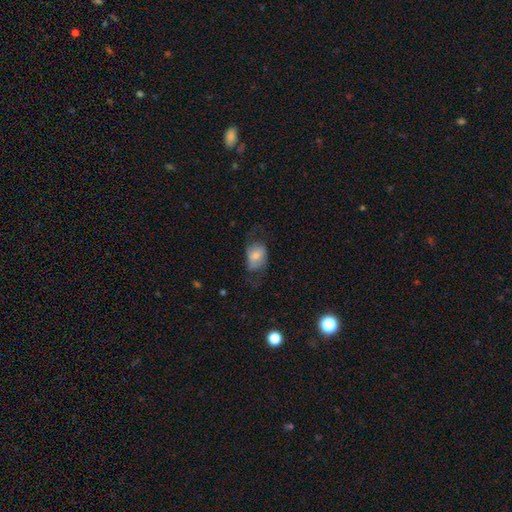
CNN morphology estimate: smooth 68%, featured or disk 24%, star or artifact 8%. Down the decision tree: how rounded — in between (73%); merging — none (45%).